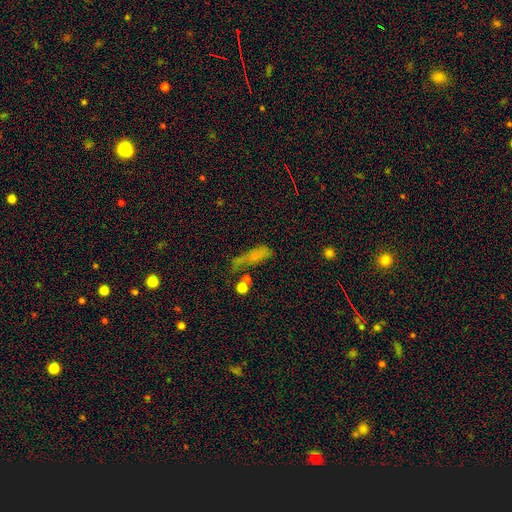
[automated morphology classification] Smooth or featured: smooth — 62% (featured or disk — 21%)
How rounded: in between — 50% (cigar-shaped — 43%)
Merging: none — 39% (minor disturbance — 26%)